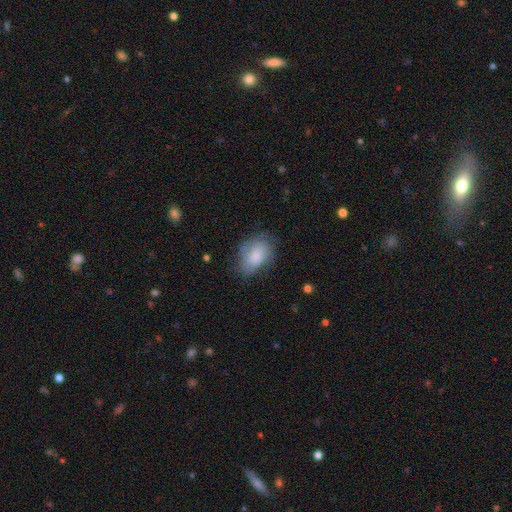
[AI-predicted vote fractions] smooth_or_featured: smooth (p=0.78) [alt: featured or disk p=0.15]
how_rounded: in between (p=0.85) [alt: round p=0.14]
merging: none (p=0.61) [alt: minor disturbance p=0.27]